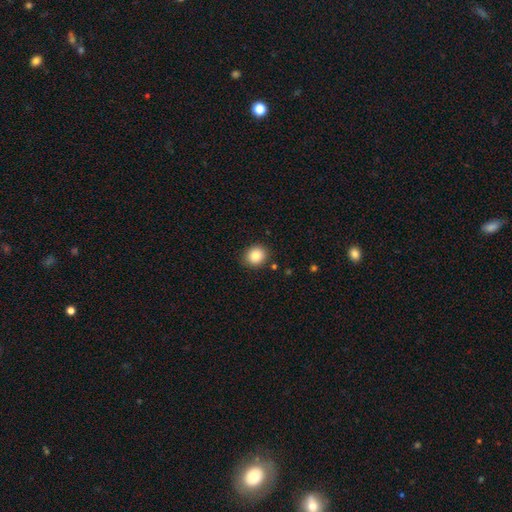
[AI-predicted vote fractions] smooth-or-featured: smooth: 85% | star or artifact: 9% | featured or disk: 5%
  how-rounded: round: 80% | in between: 20% | cigar-shaped: 1%
  merging: none: 87% | minor disturbance: 9% | major disturbance: 2% | merger: 2%